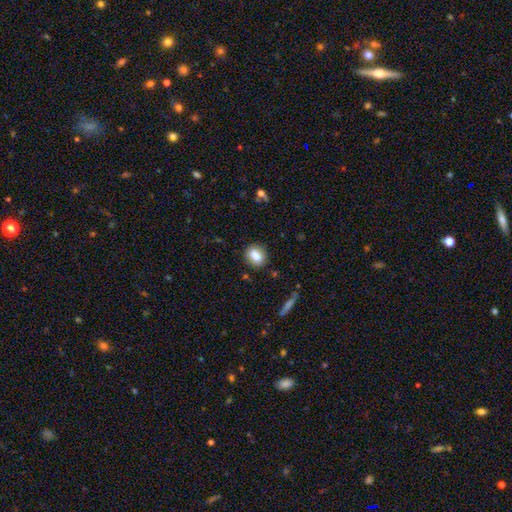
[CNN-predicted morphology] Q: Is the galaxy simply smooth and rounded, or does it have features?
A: smooth — 83%.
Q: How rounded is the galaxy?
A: in between — 53%.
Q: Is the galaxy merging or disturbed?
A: none — 84%.